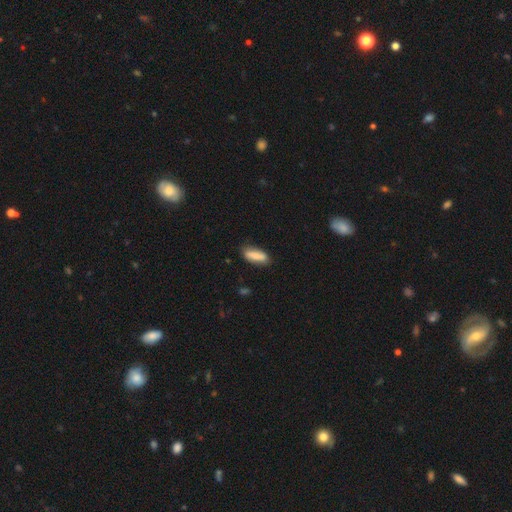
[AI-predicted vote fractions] A smooth galaxy with no disk features (74%) that is in between round and cigar-shaped (62%). Merging: none (77%).